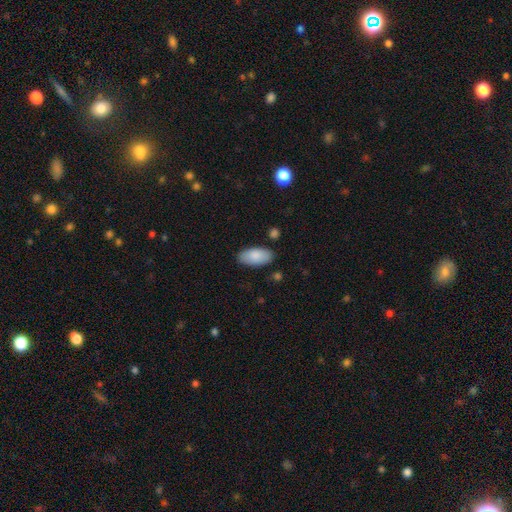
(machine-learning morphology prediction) This appears to be a smooth galaxy with no disk features (87%) that is in between round and cigar-shaped (94%). Merging: none (83%).